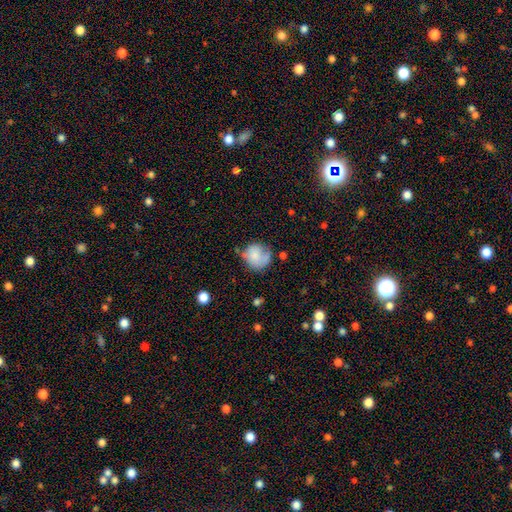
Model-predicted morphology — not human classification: A smooth galaxy with no disk features (69%) that is round (82%). Merging: none (51%).